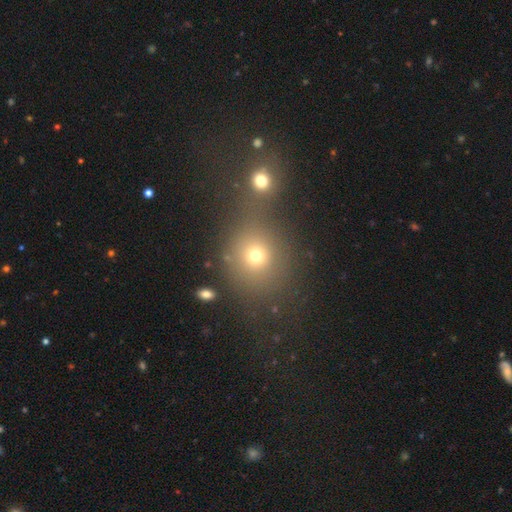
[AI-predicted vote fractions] smooth 70%, star or artifact 19%, featured or disk 12%. Down the decision tree: how rounded — round (79%); merging — none (47%).